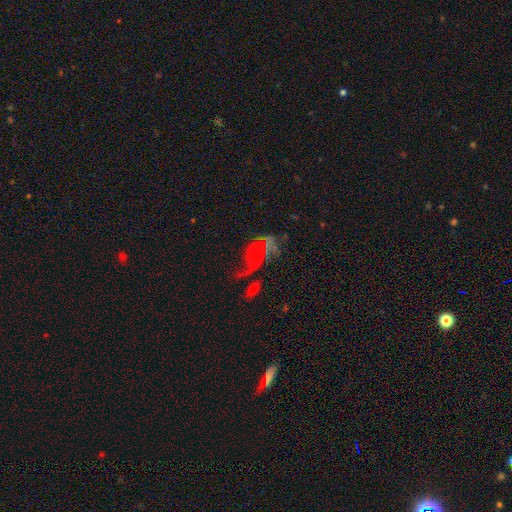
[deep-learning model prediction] Smooth or featured: featured or disk — 60% (smooth — 23%)
Edge-on disk: no — 97% (yes — 3%)
Bar: no — 67% (weak — 26%)
Spiral arms: yes — 72% (no — 28%)
Bulge size: small — 49% (none — 33%)
Merging: major disturbance — 35% (none — 30%)